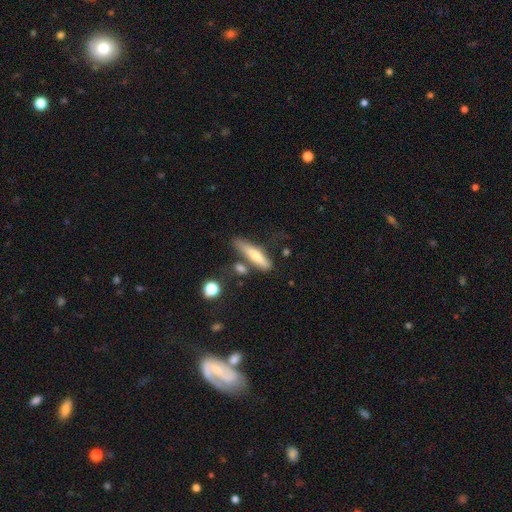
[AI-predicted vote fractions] Q: Smooth or featured?
A: smooth (57%); runner-up: featured or disk (36%)
Q: How rounded?
A: cigar-shaped (81%); runner-up: in between (17%)
Q: Merging?
A: none (61%); runner-up: minor disturbance (20%)